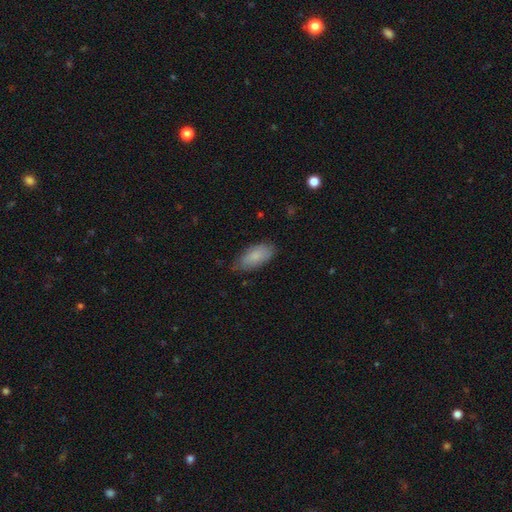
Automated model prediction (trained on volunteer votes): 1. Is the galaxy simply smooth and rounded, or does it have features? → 84% smooth, 10% featured or disk, 6% star or artifact.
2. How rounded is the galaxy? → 88% in between, 11% cigar-shaped, 2% round.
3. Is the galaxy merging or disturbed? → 74% none, 21% minor disturbance, 3% major disturbance, 1% merger.